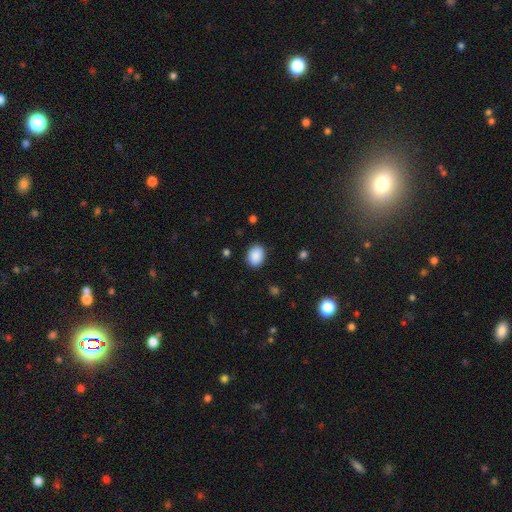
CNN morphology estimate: Smooth or featured: smooth — 89% (star or artifact — 8%)
How rounded: in between — 62% (round — 37%)
Merging: none — 87% (minor disturbance — 9%)